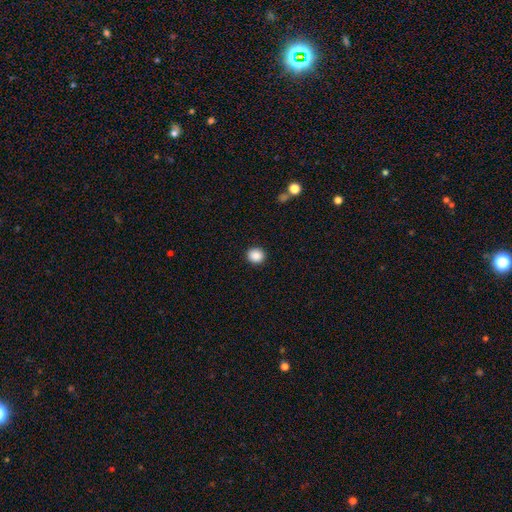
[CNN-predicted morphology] This is clearly a smooth galaxy (89%). How rounded: clearly round (86%). Merging: clearly none (92%).